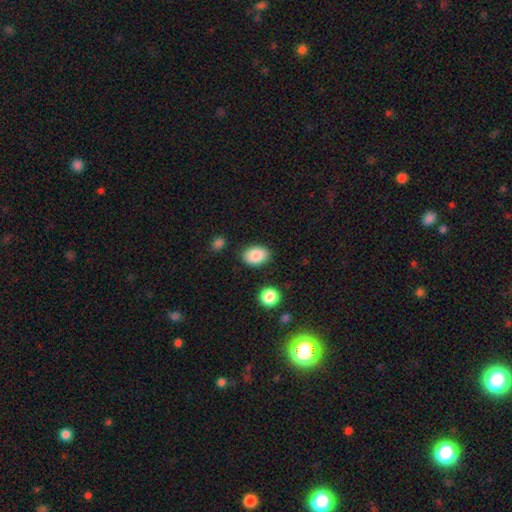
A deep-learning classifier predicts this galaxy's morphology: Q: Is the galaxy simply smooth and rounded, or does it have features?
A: smooth — 85%.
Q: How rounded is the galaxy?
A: in between — 78%.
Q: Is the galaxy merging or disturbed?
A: none — 85%.